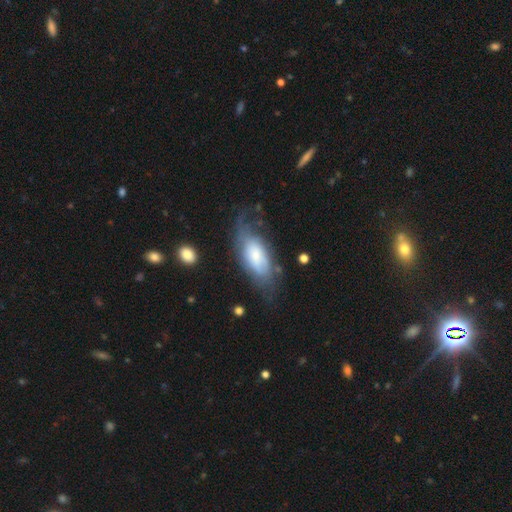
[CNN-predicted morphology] A featured or disk galaxy (53%). Merging: none (47%).